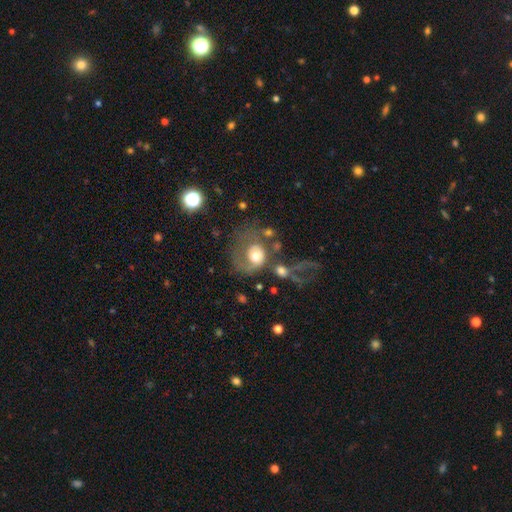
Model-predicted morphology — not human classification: Smooth or featured: featured or disk — 54% (smooth — 38%)
Edge-on disk: no — 97% (yes — 3%)
Bar: no — 78% (weak — 18%)
Spiral arms: yes — 67% (no — 33%)
Bulge size: moderate — 58% (large — 29%)
Merging: major disturbance — 41% (none — 26%)